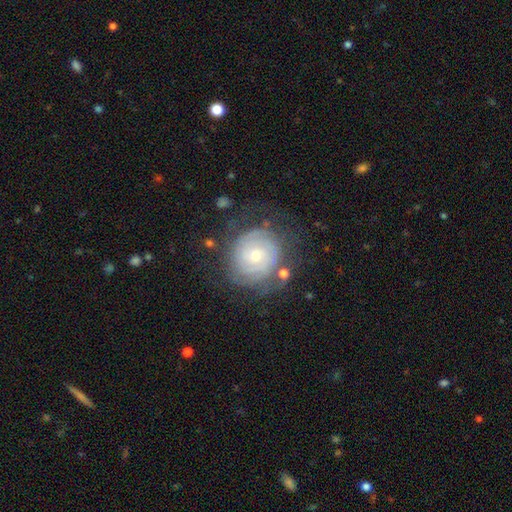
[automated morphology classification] Overall: featured or disk (79%). Edge-on disk: no (98%). Bar: no (74%). Spiral arms: yes (94%). Spiral arm count: can't tell (39%; 2 26%). Spiral winding: tight (81%). Bulge size: small (60%; moderate 36%). Merging: none (71%).